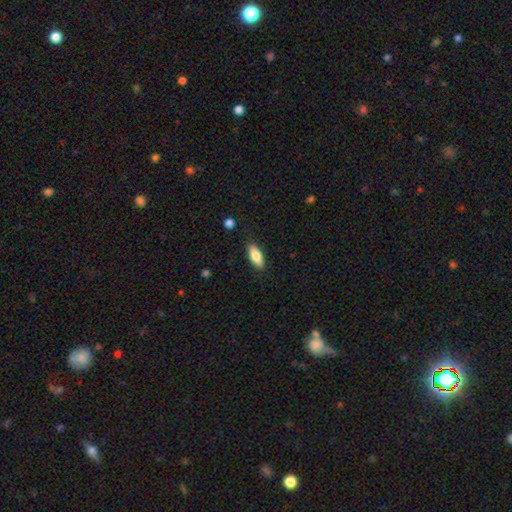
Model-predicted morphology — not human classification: Overall: smooth (82%). How rounded: in between (75%). Merging: none (86%).